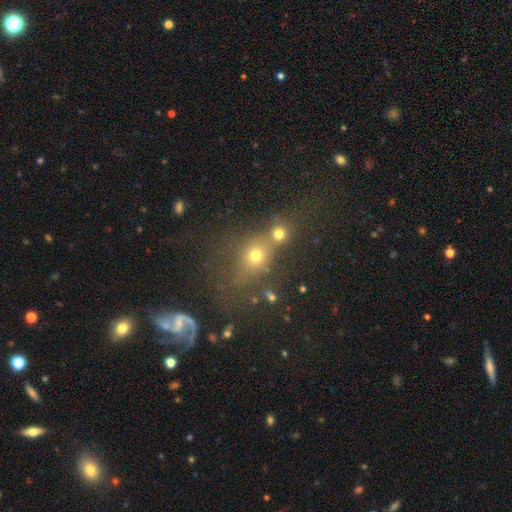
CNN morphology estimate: Smooth or featured? smooth (55%)
How rounded? round (70%)
Merging? none (42%)